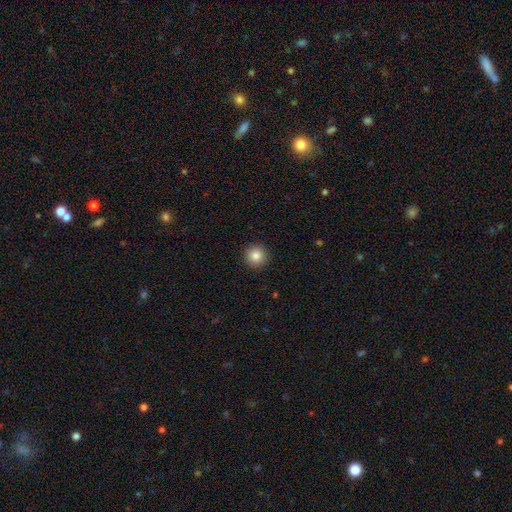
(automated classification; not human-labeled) A smooth galaxy with no disk features (84%) that is round (96%). Merging: none (93%).